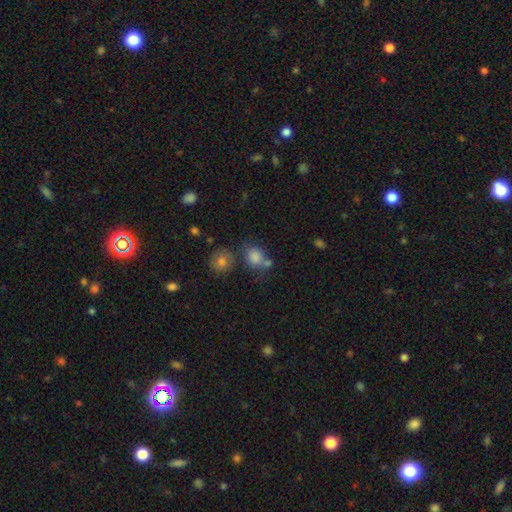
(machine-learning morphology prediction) Smooth or featured?
  - smooth: 71% *
  - star or artifact: 21%
  - featured or disk: 8%
How rounded?
  - round: 67% *
  - in between: 31%
  - cigar-shaped: 2%
Merging?
  - none: 60% *
  - merger: 22%
  - minor disturbance: 13%
  - major disturbance: 6%